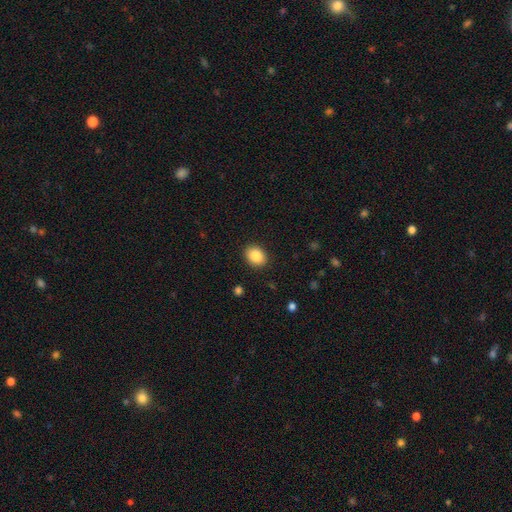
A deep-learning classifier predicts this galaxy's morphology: Smooth or featured: smooth — 87% (star or artifact — 8%)
How rounded: in between — 58% (round — 41%)
Merging: none — 90% (minor disturbance — 7%)